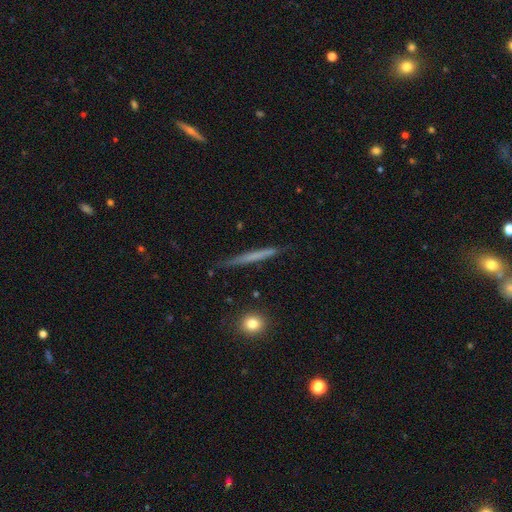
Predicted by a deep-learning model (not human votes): Overall: smooth (52%; featured or disk 41%). How rounded: cigar-shaped (96%). Merging: none (85%).